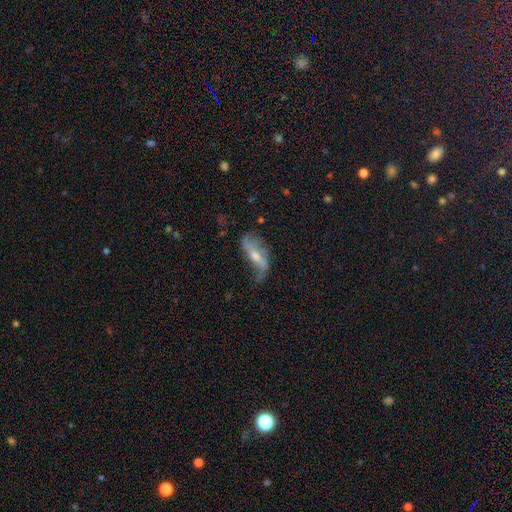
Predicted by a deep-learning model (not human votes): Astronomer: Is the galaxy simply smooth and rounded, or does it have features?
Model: featured or disk — 70%.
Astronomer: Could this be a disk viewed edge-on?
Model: no — 83%.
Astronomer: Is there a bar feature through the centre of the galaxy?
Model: weak — 38% (runner-up: no, 36%).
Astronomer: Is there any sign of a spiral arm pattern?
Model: yes — 80%.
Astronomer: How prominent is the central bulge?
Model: moderate — 54% (runner-up: small, 36%).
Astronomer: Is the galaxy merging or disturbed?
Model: none — 45% (runner-up: minor disturbance, 28%).